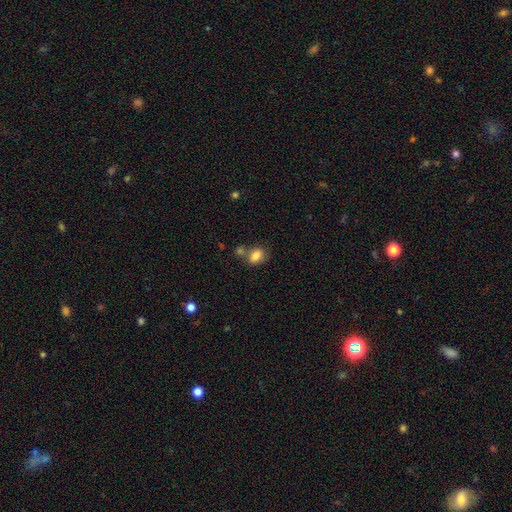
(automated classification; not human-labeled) Q: Smooth or featured?
A: smooth (84%); runner-up: star or artifact (9%)
Q: How rounded?
A: in between (77%); runner-up: round (22%)
Q: Merging?
A: none (54%); runner-up: merger (27%)